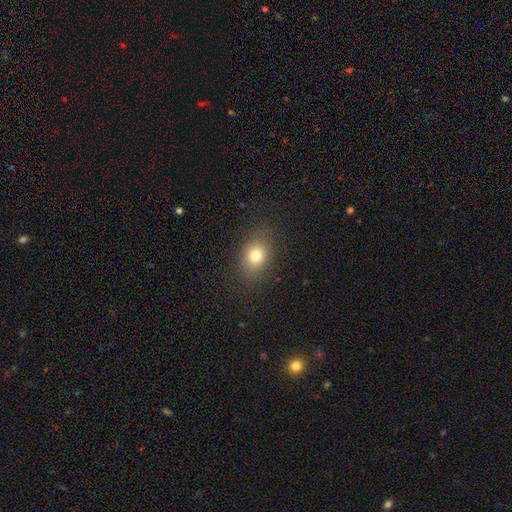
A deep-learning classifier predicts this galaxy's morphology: smooth-or-featured: smooth: 78% | star or artifact: 13% | featured or disk: 9%
  how-rounded: in between: 57% | round: 42% | cigar-shaped: 1%
  merging: none: 85% | minor disturbance: 10% | major disturbance: 4% | merger: 1%